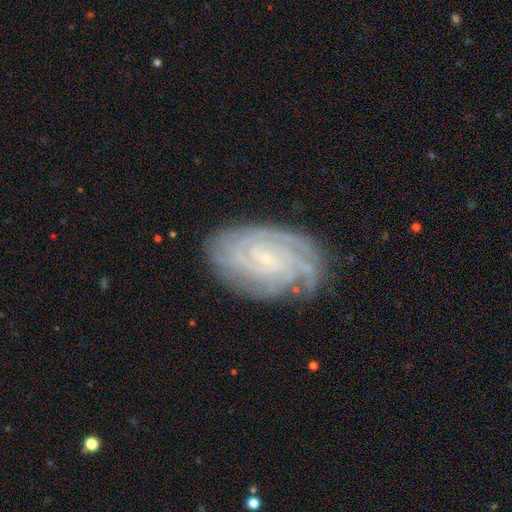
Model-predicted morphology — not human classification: A featured or disk galaxy (81%) with no bar (61%), tight (78%) spiral arms (97%) and a small central bulge (83%).

Vote fractions:
- Smooth or featured? featured or disk: 81% / smooth: 11% / star or artifact: 8%
- Edge-on disk? no: 96% / yes: 4%
- Bar? no: 61% / weak: 31% / strong: 8%
- Spiral arms? yes: 97% / no: 3%
- Spiral winding? tight: 78% / medium: 19% / loose: 4%
- Spiral arm count? can't tell: 31% / 4: 24% / more than 4: 15% / 3: 13% / 2: 10% / 1: 7%
- Bulge size? small: 83% / moderate: 10% / none: 5% / large: 1% / dominant: 1%
- Merging? none: 81% / minor disturbance: 14% / major disturbance: 4% / merger: 1%